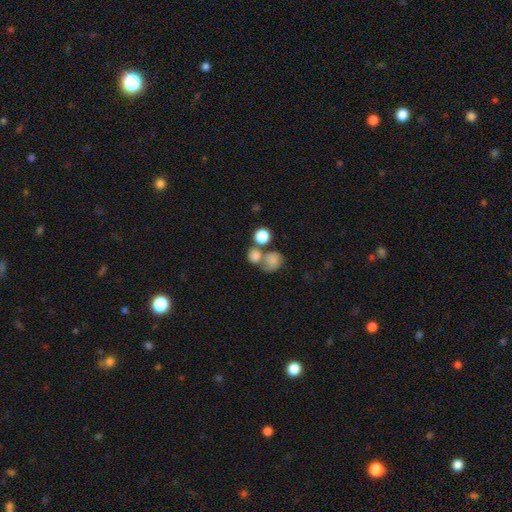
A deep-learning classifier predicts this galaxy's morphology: Q: Smooth or featured?
A: smooth (78%); runner-up: featured or disk (11%)
Q: How rounded?
A: round (74%); runner-up: in between (25%)
Q: Merging?
A: merger (46%); runner-up: none (37%)